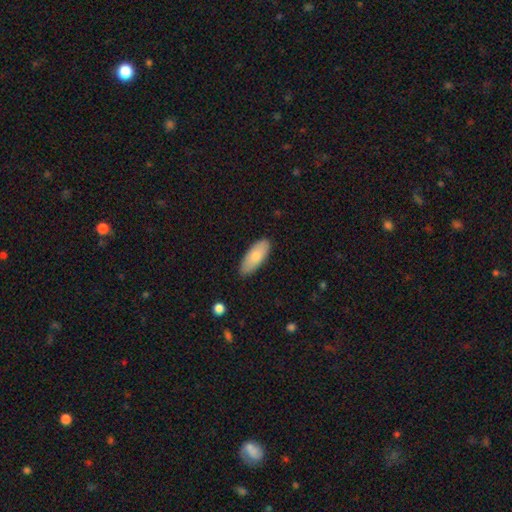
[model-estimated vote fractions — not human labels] Overall: smooth (77%). How rounded: in between (82%). Merging: none (84%).